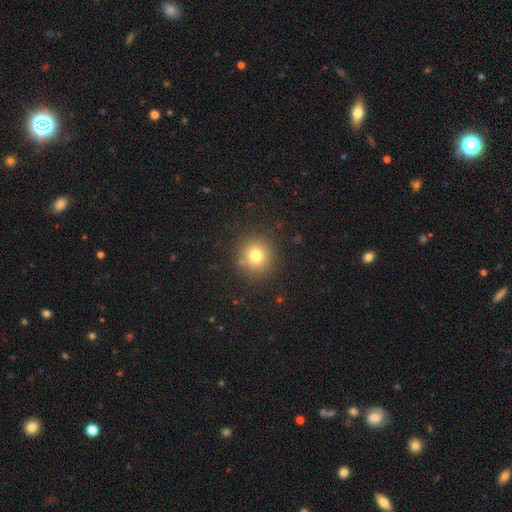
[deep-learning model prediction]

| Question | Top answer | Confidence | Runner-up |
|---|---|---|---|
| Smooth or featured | smooth | 77% | star or artifact (14%) |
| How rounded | round | 91% | in between (8%) |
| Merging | none | 87% | minor disturbance (8%) |